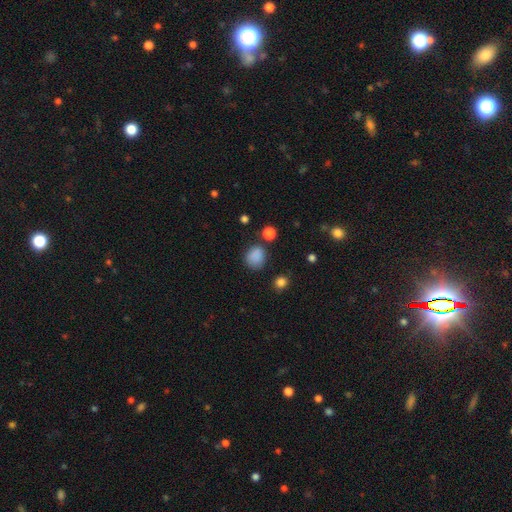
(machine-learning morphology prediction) Overall: smooth (83%). How rounded: round (66%; in between 33%). Merging: none (72%).